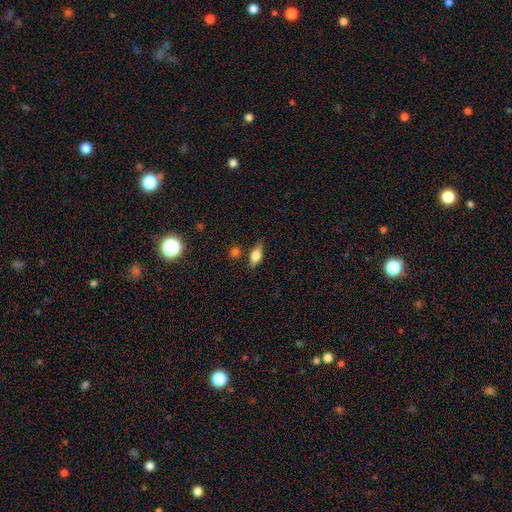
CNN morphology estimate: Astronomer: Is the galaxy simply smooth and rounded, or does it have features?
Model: smooth — 71%.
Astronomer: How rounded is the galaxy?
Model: in between — 78%.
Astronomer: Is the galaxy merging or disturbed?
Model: none — 76%.